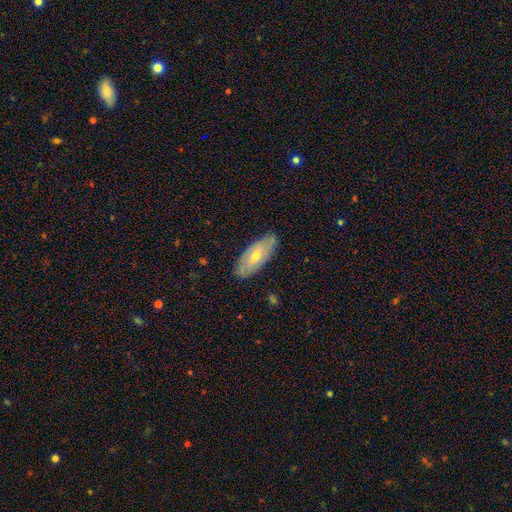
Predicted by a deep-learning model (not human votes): smooth 55%, featured or disk 39%, star or artifact 6%. Down the decision tree: how rounded — in between (80%); merging — none (81%).